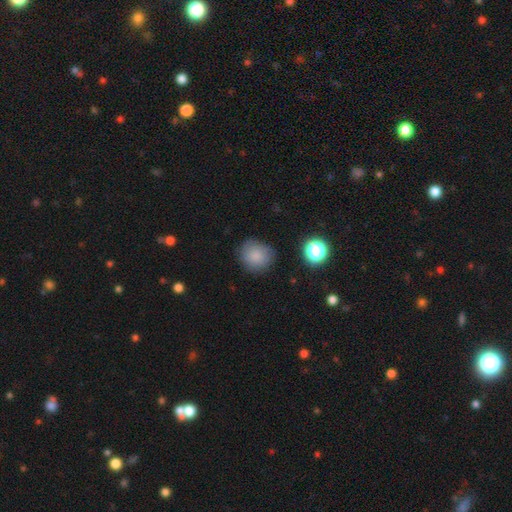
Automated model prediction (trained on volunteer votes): Smooth or featured?
  - smooth: 80% *
  - star or artifact: 11%
  - featured or disk: 9%
How rounded?
  - round: 82% *
  - in between: 17%
  - cigar-shaped: 1%
Merging?
  - none: 76% *
  - minor disturbance: 17%
  - major disturbance: 5%
  - merger: 2%